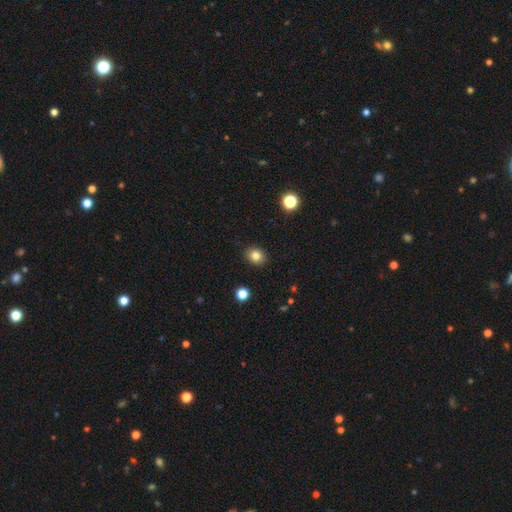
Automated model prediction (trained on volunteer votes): The model was most divided on "how rounded": round: 62%, in between: 37%, cigar-shaped: 1%. More confident: merging — none (90%); smooth or featured — smooth (81%).